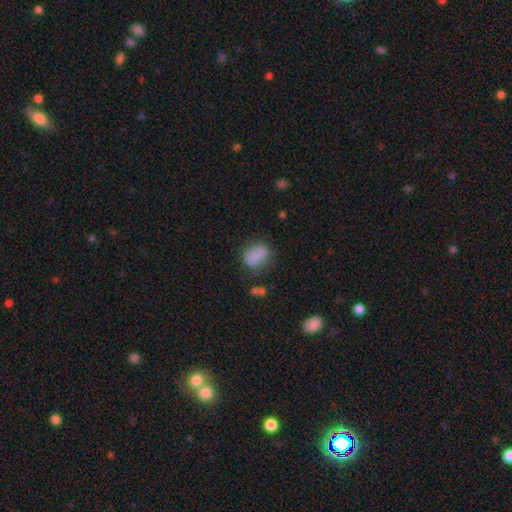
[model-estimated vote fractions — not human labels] A smooth galaxy with no disk features (79%) that is in between round and cigar-shaped (72%). Merging: none (59%).